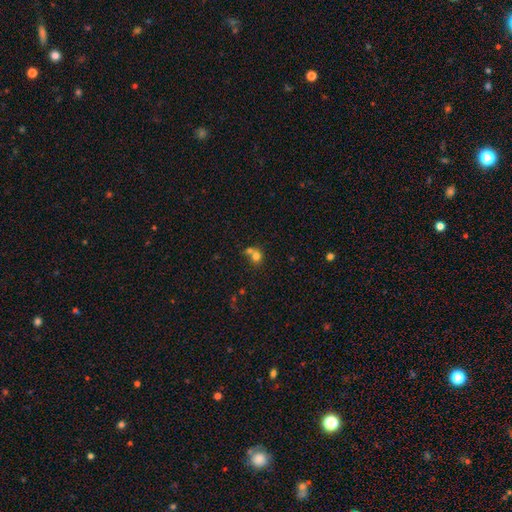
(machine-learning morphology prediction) This appears to be a smooth galaxy with no disk features (75%) that is round (75%). Merging: merger (52%).